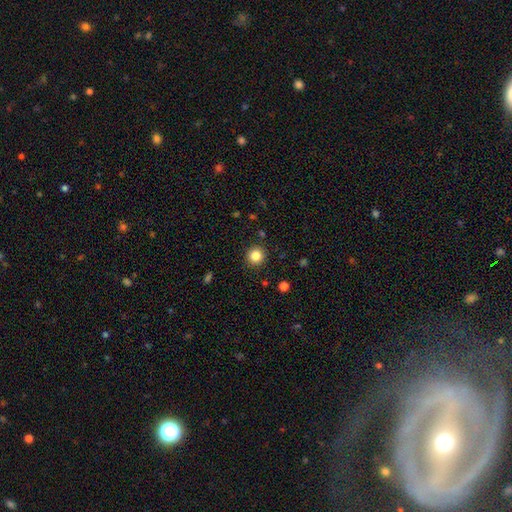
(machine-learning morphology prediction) Smooth or featured? Predicted: smooth (p=0.85). How rounded? Predicted: round (p=0.94). Merging? Predicted: none (p=0.91).